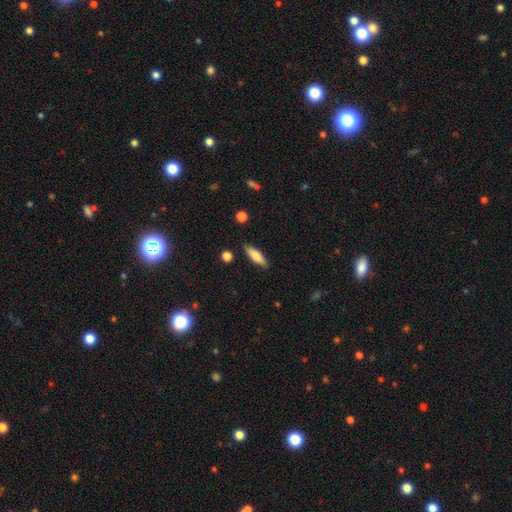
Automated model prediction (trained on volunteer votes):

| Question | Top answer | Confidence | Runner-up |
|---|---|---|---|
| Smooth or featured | smooth | 77% | featured or disk (16%) |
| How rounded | cigar-shaped | 55% | in between (43%) |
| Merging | none | 87% | minor disturbance (10%) |